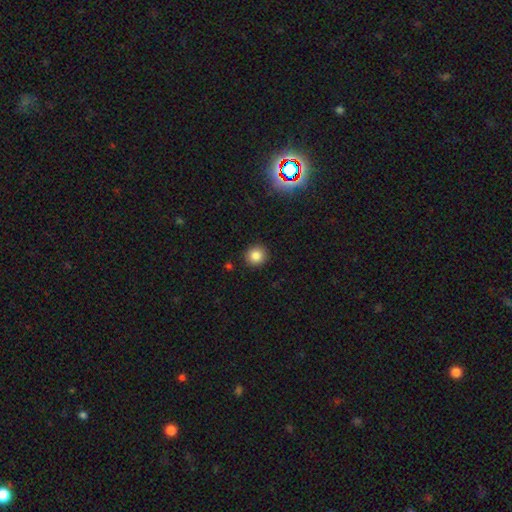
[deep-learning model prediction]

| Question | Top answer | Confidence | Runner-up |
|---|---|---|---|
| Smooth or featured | smooth | 85% | star or artifact (11%) |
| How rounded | round | 91% | in between (8%) |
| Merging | none | 91% | minor disturbance (6%) |